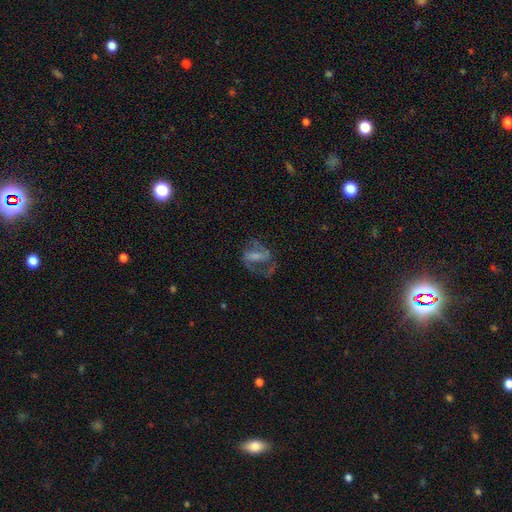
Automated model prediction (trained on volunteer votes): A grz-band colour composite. It shows a featured or disk galaxy (62%) with a weak bar (38%), spiral arms (68%) and no central bulge (34%). Merging: none (44%).